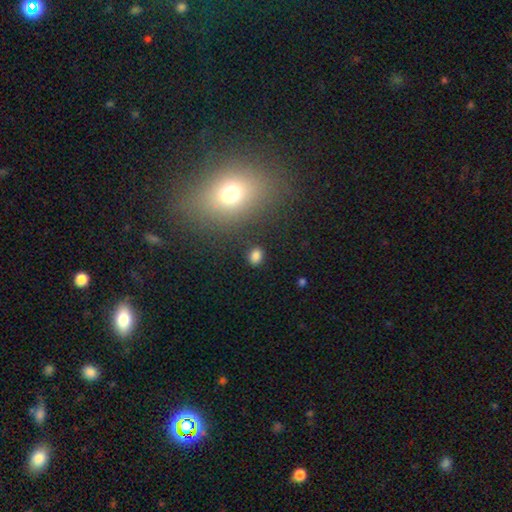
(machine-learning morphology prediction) smooth 81%, star or artifact 14%, featured or disk 5%. Down the decision tree: how rounded — in between (51%); merging — none (84%).